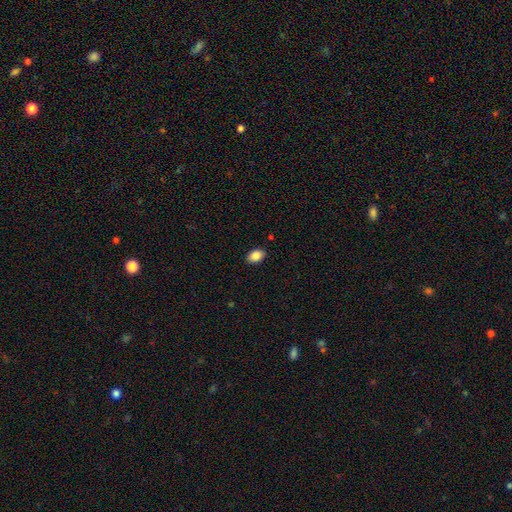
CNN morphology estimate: smooth_or_featured: smooth (p=0.87) [alt: star or artifact p=0.08]
how_rounded: in between (p=0.86) [alt: round p=0.13]
merging: none (p=0.88) [alt: minor disturbance p=0.09]